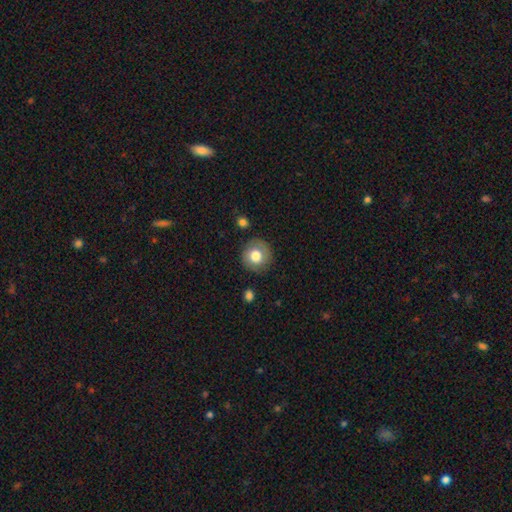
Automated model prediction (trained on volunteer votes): Smooth or featured?
  - smooth: 76% *
  - featured or disk: 15%
  - star or artifact: 8%
How rounded?
  - round: 90% *
  - in between: 9%
  - cigar-shaped: 1%
Merging?
  - none: 85% *
  - minor disturbance: 11%
  - major disturbance: 3%
  - merger: 2%